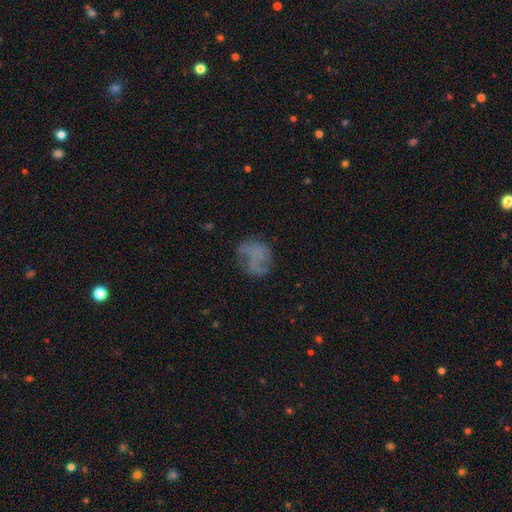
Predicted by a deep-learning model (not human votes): Q: Smooth or featured?
A: featured or disk (44%); runner-up: smooth (42%)
Q: Merging?
A: none (51%); runner-up: major disturbance (23%)